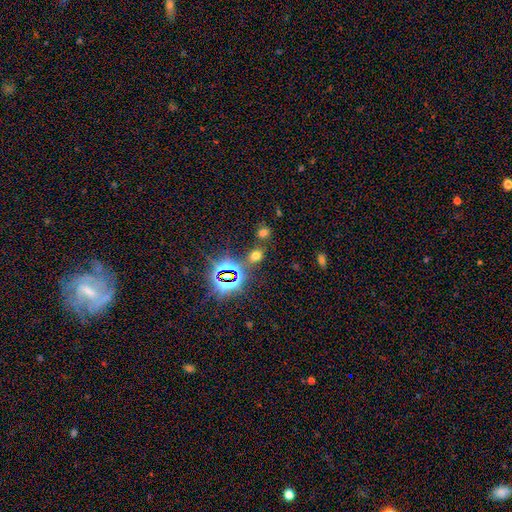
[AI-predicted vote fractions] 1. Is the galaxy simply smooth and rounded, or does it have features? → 52% smooth, 40% star or artifact, 7% featured or disk.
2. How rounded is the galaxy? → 55% round, 43% in between, 2% cigar-shaped.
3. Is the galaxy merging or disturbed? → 77% none, 10% merger, 9% minor disturbance, 4% major disturbance.